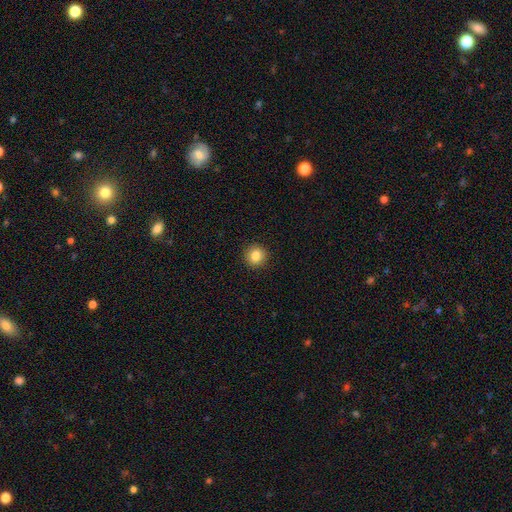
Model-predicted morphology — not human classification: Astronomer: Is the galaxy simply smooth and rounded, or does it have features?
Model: smooth — 85%.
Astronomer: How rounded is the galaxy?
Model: round — 92%.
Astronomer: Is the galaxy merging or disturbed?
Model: none — 92%.